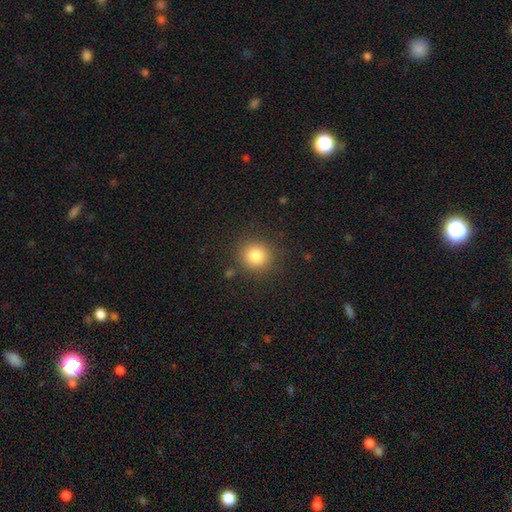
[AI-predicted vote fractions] smooth-or-featured: smooth: 83% | star or artifact: 11% | featured or disk: 6%
  how-rounded: round: 89% | in between: 10% | cigar-shaped: 1%
  merging: none: 87% | minor disturbance: 8% | major disturbance: 3% | merger: 2%